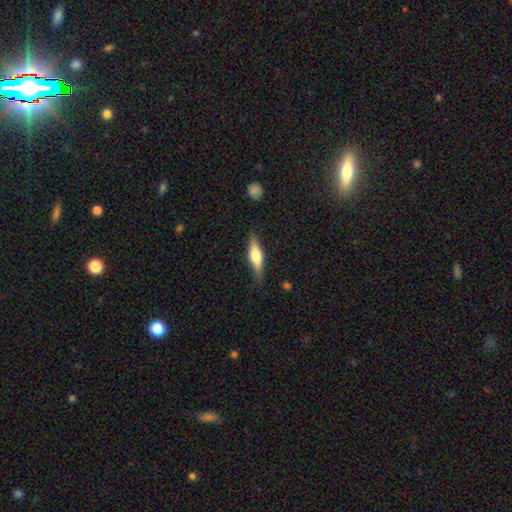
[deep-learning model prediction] Smooth or featured?
  - featured or disk: 51% *
  - smooth: 43%
  - star or artifact: 6%
Edge-on disk?
  - yes: 94% *
  - no: 6%
Merging?
  - none: 83% *
  - minor disturbance: 13%
  - major disturbance: 3%
  - merger: 1%